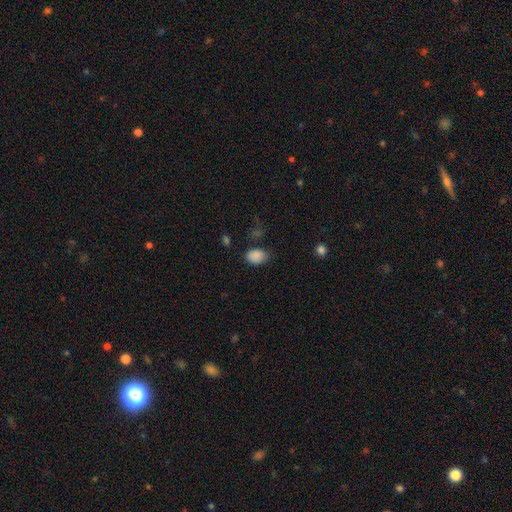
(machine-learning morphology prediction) Q: Smooth or featured?
A: smooth (86%); runner-up: star or artifact (10%)
Q: How rounded?
A: in between (82%); runner-up: round (17%)
Q: Merging?
A: none (68%); runner-up: minor disturbance (23%)